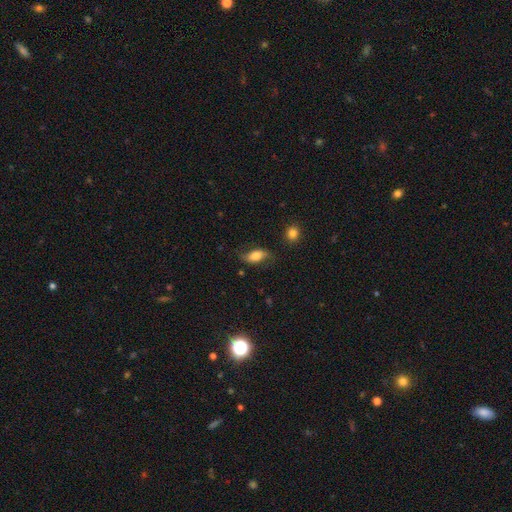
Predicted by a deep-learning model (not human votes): Overall: smooth (64%; featured or disk 27%). How rounded: in between (84%). Merging: none (67%).